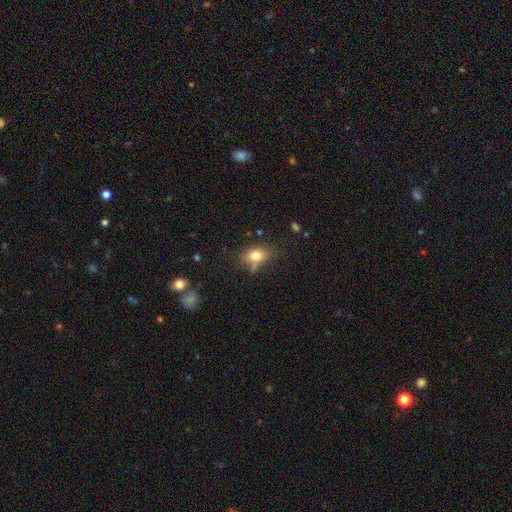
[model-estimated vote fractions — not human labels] This is likely a smooth galaxy (74%). How rounded: likely in between (75%). Merging: likely none (66%).